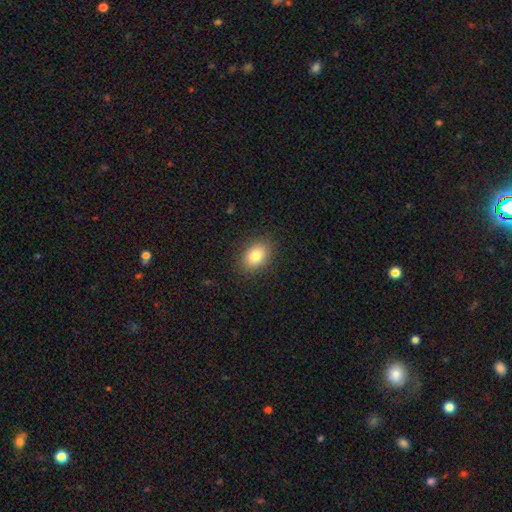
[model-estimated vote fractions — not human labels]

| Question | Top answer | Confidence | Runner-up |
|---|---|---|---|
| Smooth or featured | smooth | 83% | star or artifact (9%) |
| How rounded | in between | 77% | round (22%) |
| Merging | none | 88% | minor disturbance (9%) |